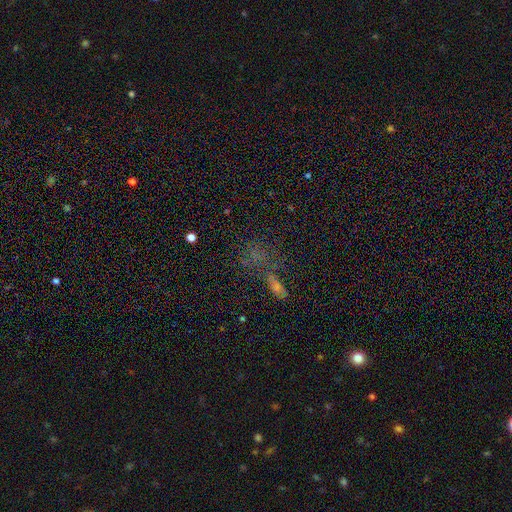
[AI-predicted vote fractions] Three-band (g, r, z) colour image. It shows a star or artifact, not a galaxy (46%).